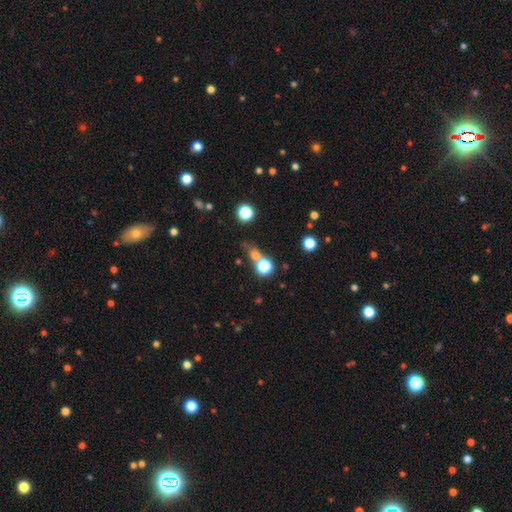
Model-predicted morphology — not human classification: A smooth galaxy with no disk features (62%) that is round (69%).

Vote fractions:
- Smooth or featured? smooth: 62% / star or artifact: 26% / featured or disk: 12%
- How rounded? round: 69% / in between: 24% / cigar-shaped: 7%
- Merging? none: 49% / merger: 31% / minor disturbance: 11% / major disturbance: 9%